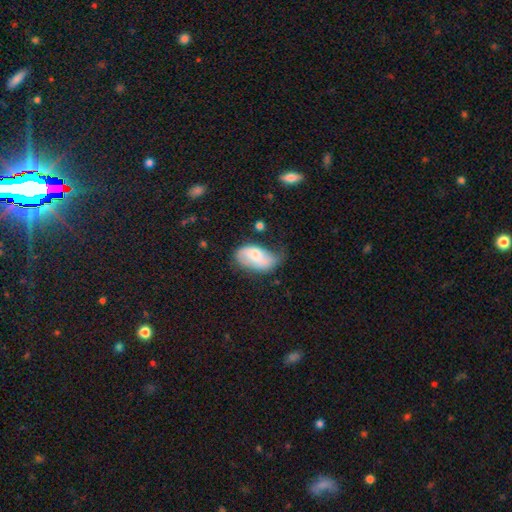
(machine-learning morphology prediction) smooth-or-featured: smooth: 59% | featured or disk: 34% | star or artifact: 7%
  how-rounded: in between: 93% | round: 5% | cigar-shaped: 2%
  merging: minor disturbance: 42% | none: 36% | major disturbance: 19% | merger: 4%